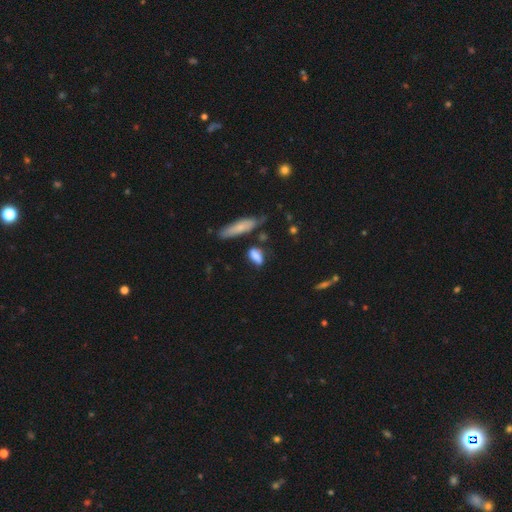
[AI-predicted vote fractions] smooth_or_featured: smooth (p=0.78) [alt: featured or disk p=0.12]
how_rounded: in between (p=0.70) [alt: cigar-shaped p=0.21]
merging: none (p=0.61) [alt: minor disturbance p=0.23]